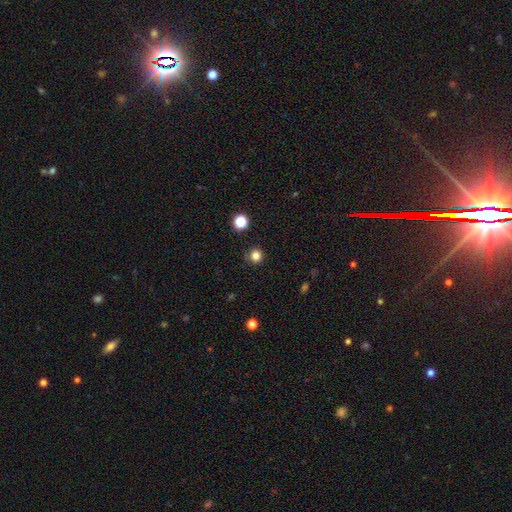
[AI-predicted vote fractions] A smooth galaxy with no disk features (81%) that is round (94%). Merging: none (88%).